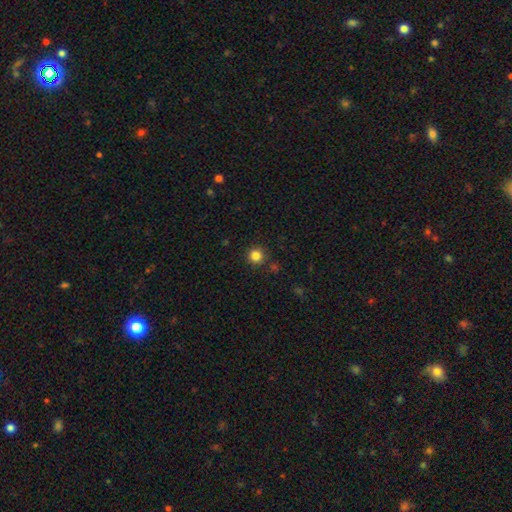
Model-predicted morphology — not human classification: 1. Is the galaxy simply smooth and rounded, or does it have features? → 84% smooth, 12% star or artifact, 4% featured or disk.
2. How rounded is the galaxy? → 95% round, 4% in between, 1% cigar-shaped.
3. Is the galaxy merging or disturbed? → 89% none, 6% minor disturbance, 3% merger, 2% major disturbance.